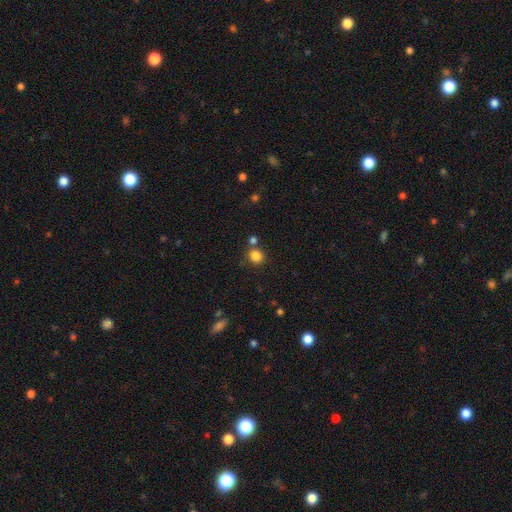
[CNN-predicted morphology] Q: Smooth or featured?
A: smooth (83%); runner-up: star or artifact (12%)
Q: How rounded?
A: round (86%); runner-up: in between (13%)
Q: Merging?
A: none (74%); runner-up: merger (15%)